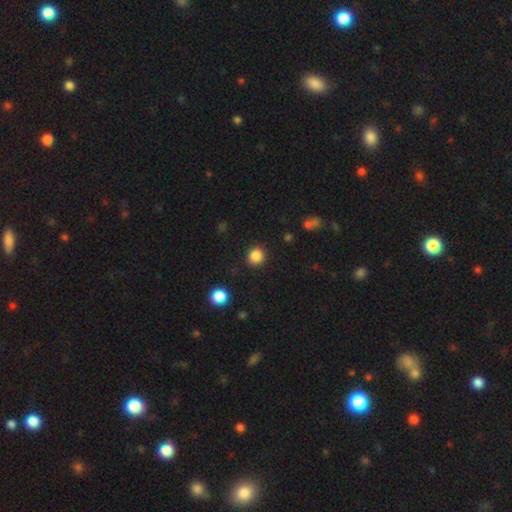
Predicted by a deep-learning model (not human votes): This is clearly a smooth galaxy (86%). How rounded: clearly round (89%). Merging: clearly none (89%).